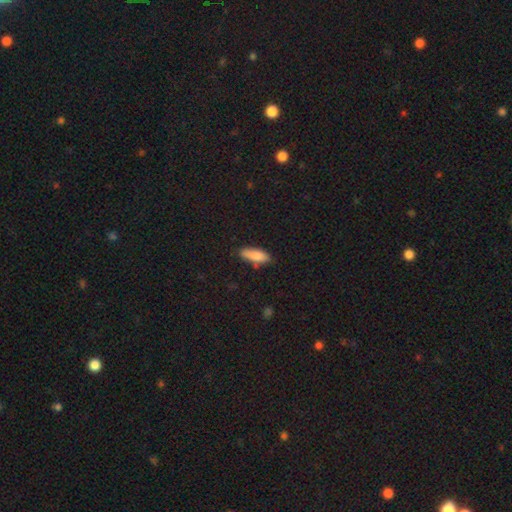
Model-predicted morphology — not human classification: Smooth or featured?
  - smooth: 83% *
  - featured or disk: 10%
  - star or artifact: 7%
How rounded?
  - in between: 64% *
  - cigar-shaped: 34%
  - round: 2%
Merging?
  - none: 72% *
  - minor disturbance: 20%
  - merger: 4%
  - major disturbance: 4%